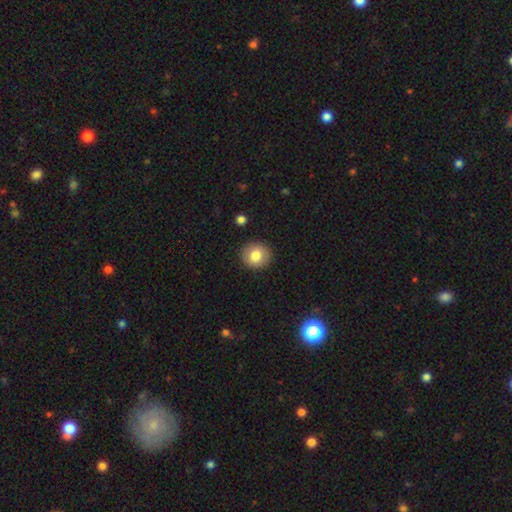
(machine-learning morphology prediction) Q: Smooth or featured?
A: smooth (81%); runner-up: featured or disk (10%)
Q: How rounded?
A: round (85%); runner-up: in between (14%)
Q: Merging?
A: none (90%); runner-up: minor disturbance (7%)